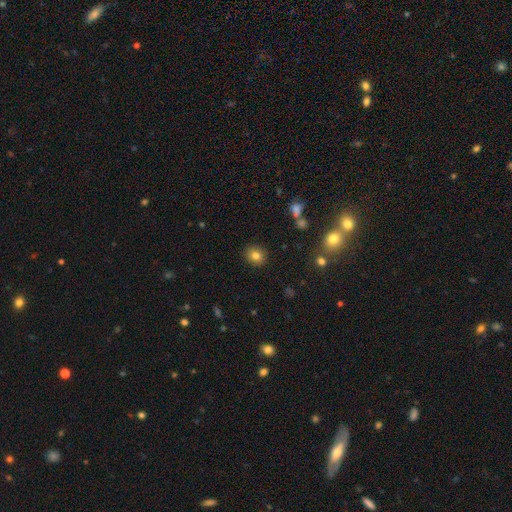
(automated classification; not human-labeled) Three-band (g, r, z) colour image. It shows a smooth galaxy with no disk features (80%) that is round (79%). Merging: none (90%).